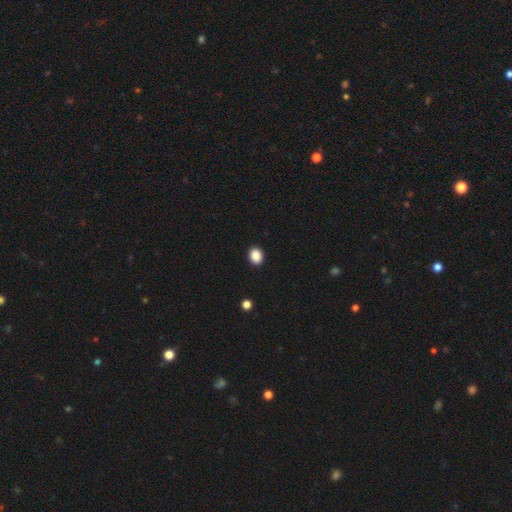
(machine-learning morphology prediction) Smooth or featured: smooth — 88% (star or artifact — 9%)
How rounded: in between — 52% (round — 47%)
Merging: none — 92% (minor disturbance — 5%)